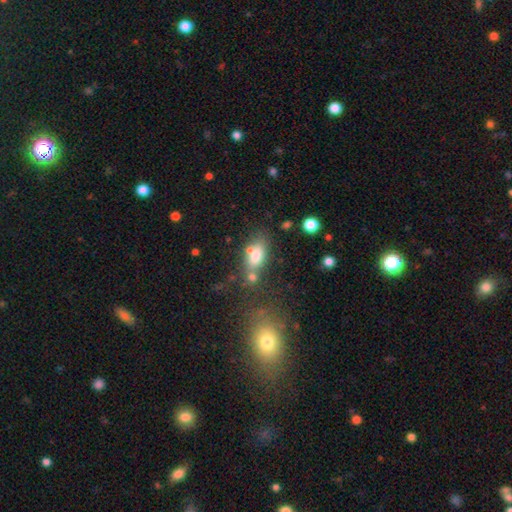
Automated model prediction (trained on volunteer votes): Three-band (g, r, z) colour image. It shows a smooth galaxy with no disk features (72%) that is in between round and cigar-shaped (82%). Merging: none (51%).